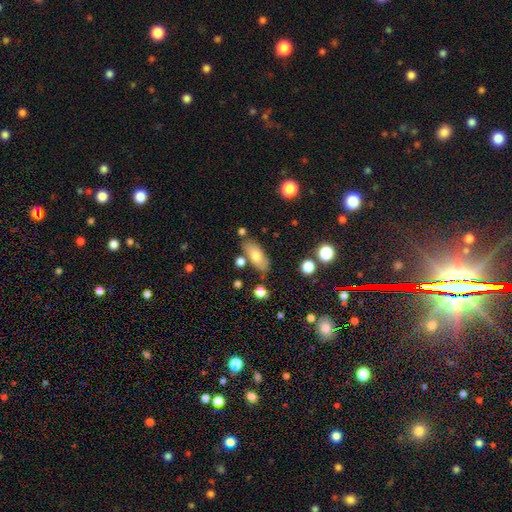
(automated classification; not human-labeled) Q: Smooth or featured?
A: smooth (73%); runner-up: featured or disk (19%)
Q: How rounded?
A: in between (85%); runner-up: cigar-shaped (11%)
Q: Merging?
A: none (75%); runner-up: minor disturbance (14%)